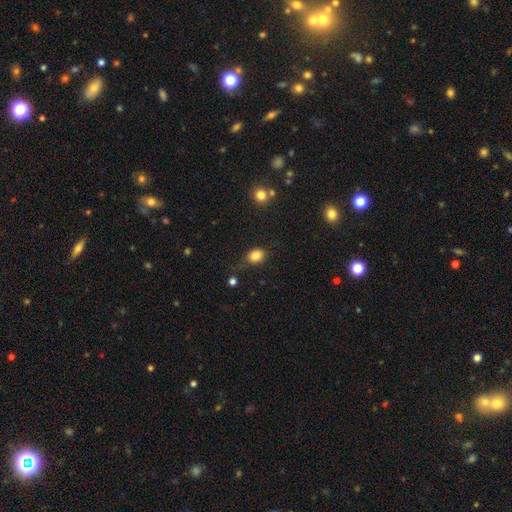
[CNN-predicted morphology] type=smooth (84%); roundness=in between (50%); merging=none (67%).